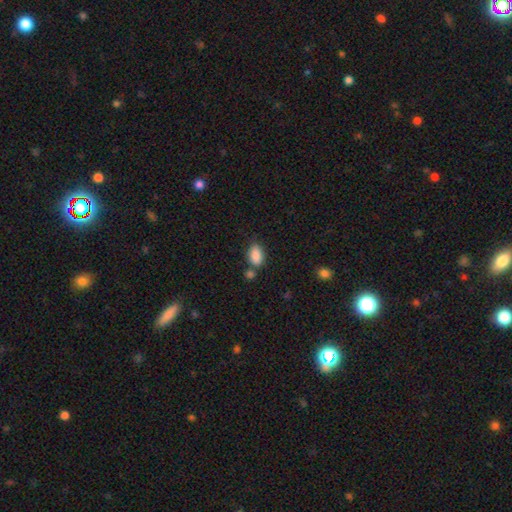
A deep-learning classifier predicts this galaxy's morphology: This appears to be a smooth galaxy with no disk features (88%) that is in between round and cigar-shaped (90%). Merging: none (62%).